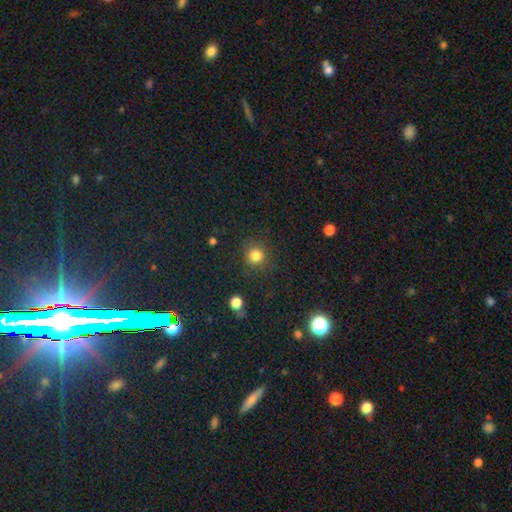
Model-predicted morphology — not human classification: Smooth or featured? smooth (81%)
How rounded? round (93%)
Merging? none (87%)